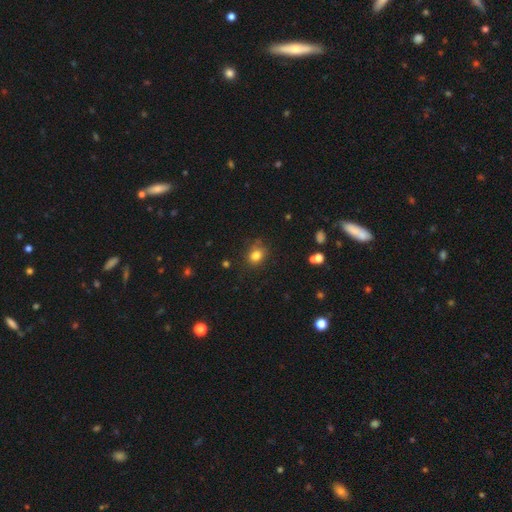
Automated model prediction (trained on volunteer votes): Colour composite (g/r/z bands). It shows a smooth galaxy with no disk features (81%) that is round (57%). Merging: none (76%).